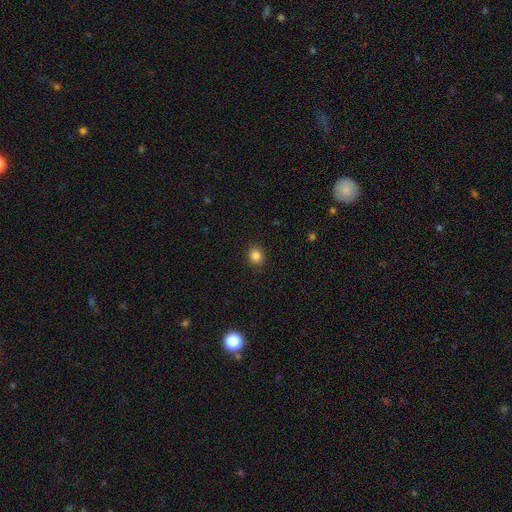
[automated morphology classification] This appears to be a smooth galaxy with no disk features (85%) that is round (72%). Merging: none (90%).